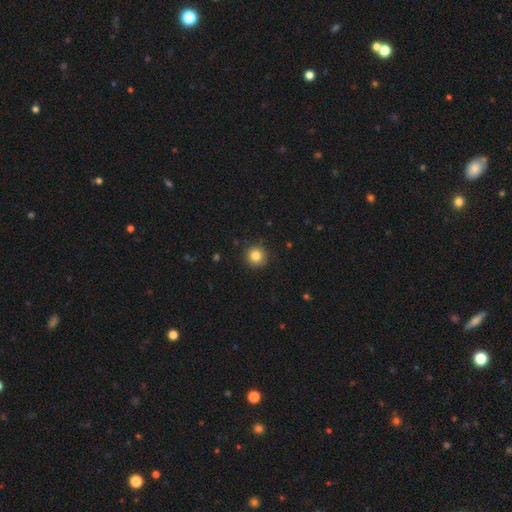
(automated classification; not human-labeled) Smooth or featured? smooth (84%)
How rounded? round (95%)
Merging? none (90%)